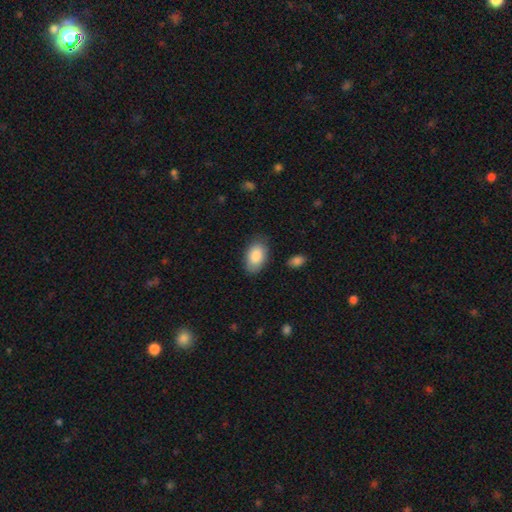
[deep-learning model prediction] smooth-or-featured: smooth: 87% | featured or disk: 7% | star or artifact: 6%
  how-rounded: in between: 93% | round: 6% | cigar-shaped: 1%
  merging: none: 80% | minor disturbance: 15% | major disturbance: 3% | merger: 2%